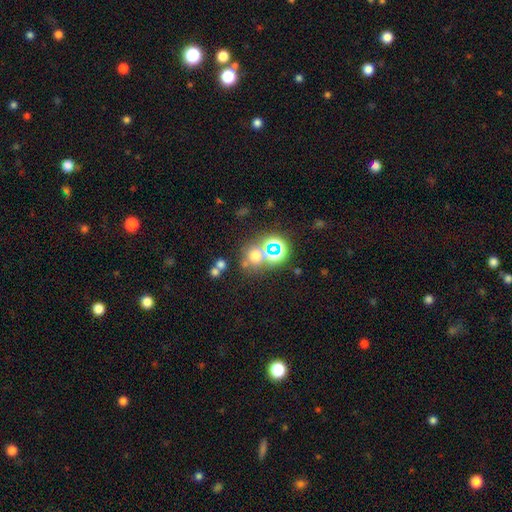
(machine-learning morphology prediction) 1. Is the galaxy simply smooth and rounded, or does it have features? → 53% smooth, 36% star or artifact, 11% featured or disk.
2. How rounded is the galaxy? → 82% round, 16% in between, 1% cigar-shaped.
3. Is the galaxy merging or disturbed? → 60% none, 24% merger, 10% minor disturbance, 6% major disturbance.